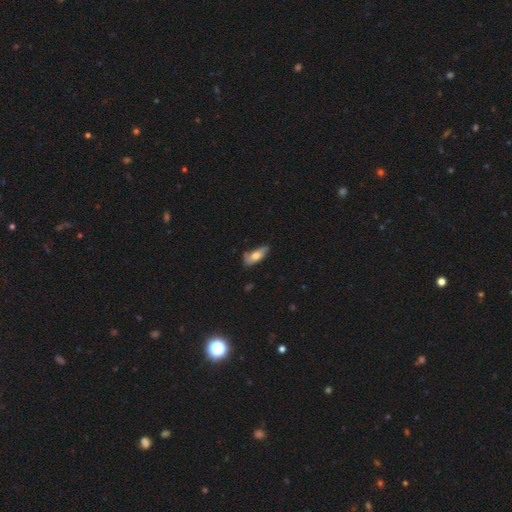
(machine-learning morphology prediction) Smooth or featured? smooth (64%)
How rounded? in between (77%)
Merging? none (56%)